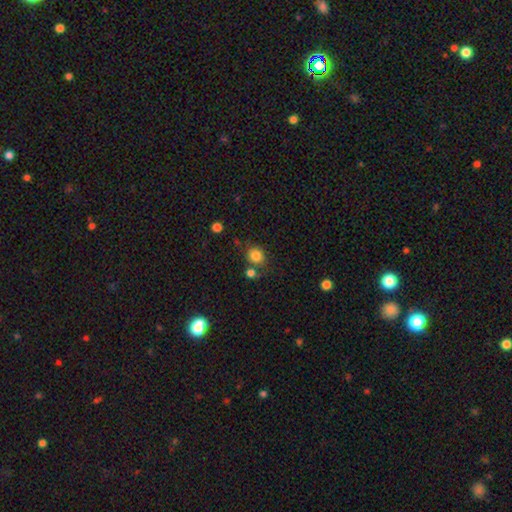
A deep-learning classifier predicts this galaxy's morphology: This appears to be a smooth galaxy with no disk features (83%) that is round (79%). Merging: none (68%).